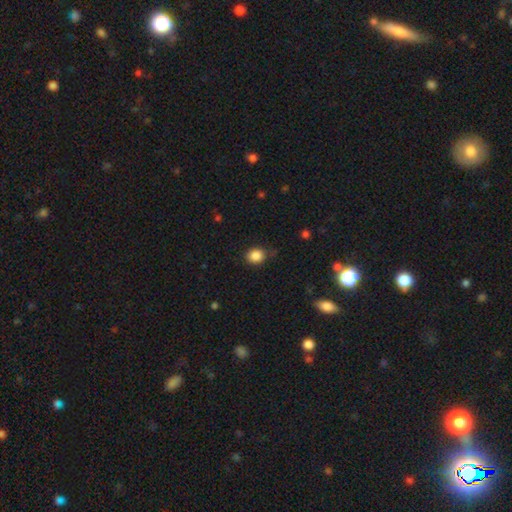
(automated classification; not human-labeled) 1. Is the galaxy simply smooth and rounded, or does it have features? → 86% smooth, 10% star or artifact, 4% featured or disk.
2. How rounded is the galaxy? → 62% round, 37% in between, 1% cigar-shaped.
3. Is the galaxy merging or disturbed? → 80% none, 15% minor disturbance, 3% major disturbance, 2% merger.